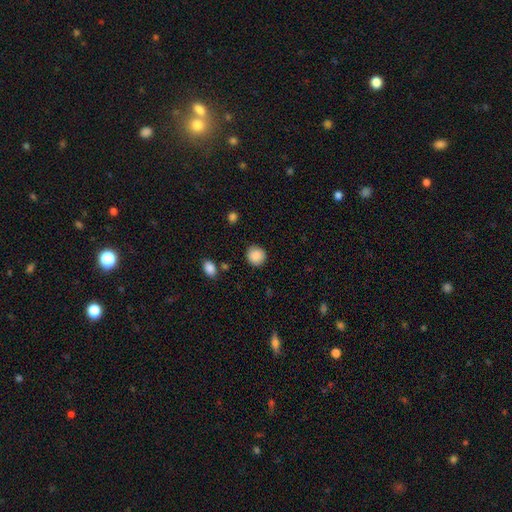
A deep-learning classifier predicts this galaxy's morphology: This appears to be a smooth galaxy with no disk features (89%) that is round (89%). Merging: none (89%).